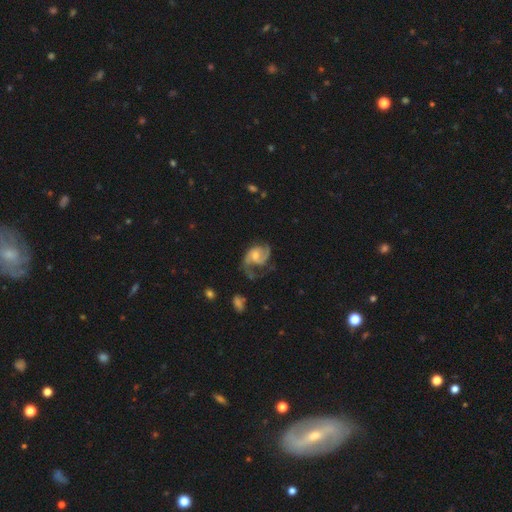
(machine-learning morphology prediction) featured or disk 84%, smooth 10%, star or artifact 6%. Down the decision tree: edge-on disk — no (98%); bar — no (47%); spiral arms — yes (95%); spiral arm count — 2 (80%); spiral winding — medium (51%); bulge size — moderate (46%); merging — none (47%).